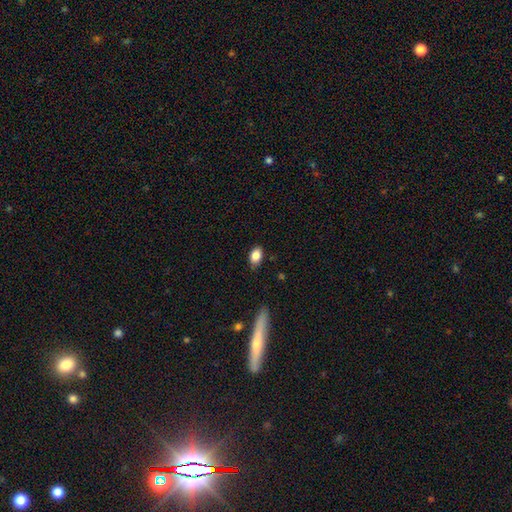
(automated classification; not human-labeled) A smooth galaxy with no disk features (85%) that is in between round and cigar-shaped (85%).

Vote fractions:
- Smooth or featured? smooth: 85% / star or artifact: 8% / featured or disk: 7%
- How rounded? in between: 85% / round: 14% / cigar-shaped: 2%
- Merging? none: 81% / minor disturbance: 15% / major disturbance: 3% / merger: 1%